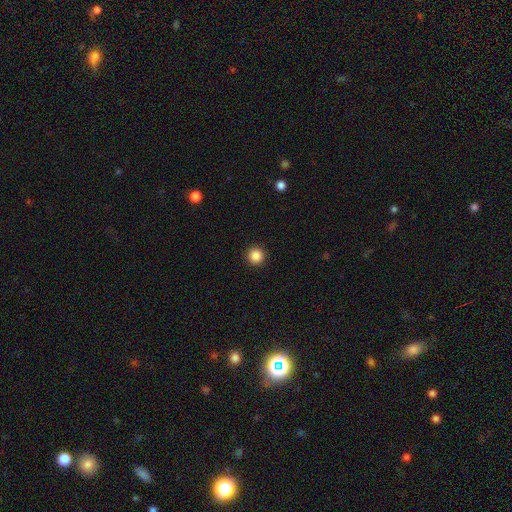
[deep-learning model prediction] smooth-or-featured: smooth: 86% | star or artifact: 10% | featured or disk: 3%
  how-rounded: round: 96% | in between: 3% | cigar-shaped: 1%
  merging: none: 93% | minor disturbance: 4% | major disturbance: 2% | merger: 1%